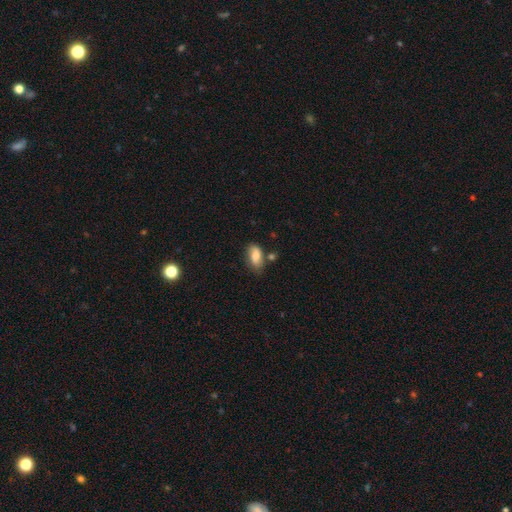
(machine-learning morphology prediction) type=smooth (78%); roundness=in between (91%); merging=none (60%).